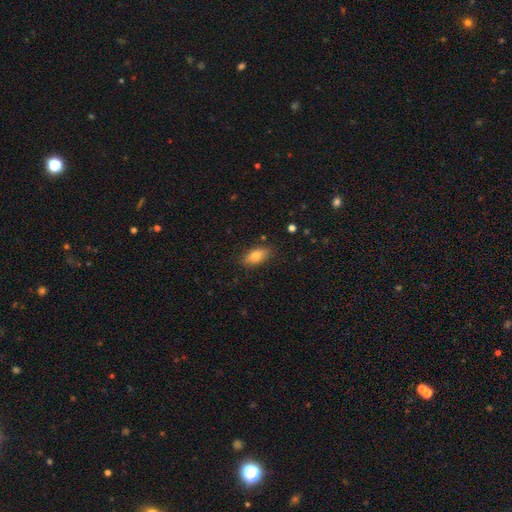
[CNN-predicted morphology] Smooth or featured: smooth — 78% (featured or disk — 14%)
How rounded: in between — 85% (cigar-shaped — 11%)
Merging: none — 85% (minor disturbance — 11%)